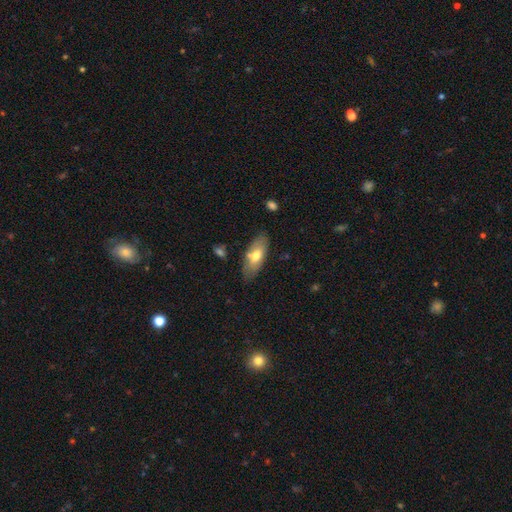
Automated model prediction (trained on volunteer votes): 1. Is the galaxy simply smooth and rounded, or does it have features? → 66% smooth, 27% featured or disk, 6% star or artifact.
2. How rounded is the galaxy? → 81% in between, 16% cigar-shaped, 2% round.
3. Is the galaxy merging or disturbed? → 76% none, 16% minor disturbance, 5% merger, 3% major disturbance.